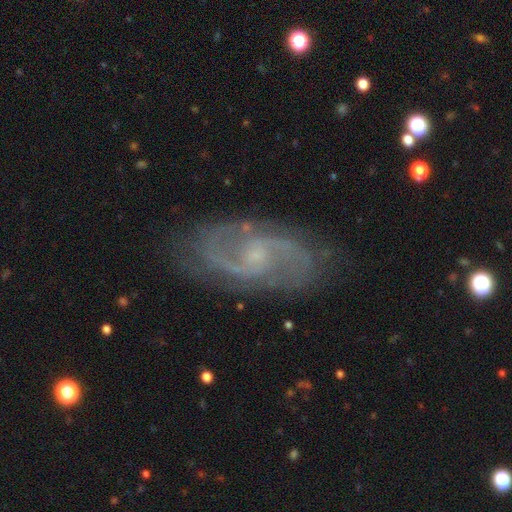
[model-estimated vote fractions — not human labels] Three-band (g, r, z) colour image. It shows a featured or disk galaxy (89%) with no bar (48%), 2 (87%) medium (57%) spiral arms (97%) and a small central bulge (67%). Merging: none (79%).